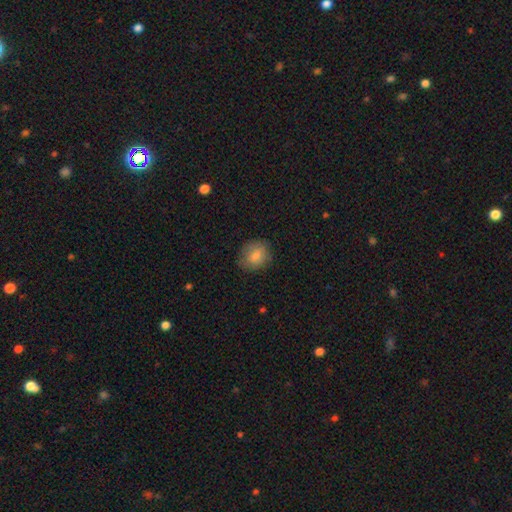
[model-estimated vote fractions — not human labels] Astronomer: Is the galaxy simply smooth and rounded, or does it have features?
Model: smooth — 80%.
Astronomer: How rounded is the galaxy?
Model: round — 74%.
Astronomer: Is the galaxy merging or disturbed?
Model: none — 82%.